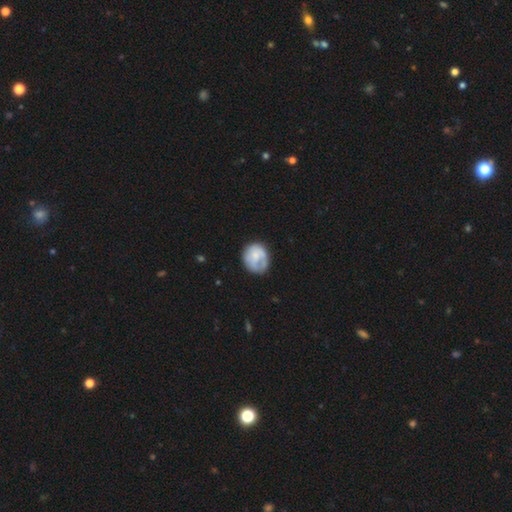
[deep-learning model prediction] A smooth galaxy with no disk features (62%) that is round (71%).

Vote fractions:
- Smooth or featured? smooth: 62% / featured or disk: 31% / star or artifact: 7%
- How rounded? round: 71% / in between: 28% / cigar-shaped: 1%
- Merging? none: 57% / minor disturbance: 27% / major disturbance: 13% / merger: 2%